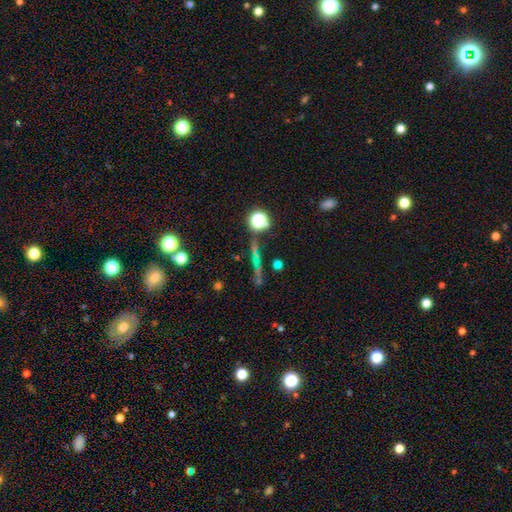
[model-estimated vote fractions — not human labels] The model was most divided on "smooth or featured": star or artifact: 39%, smooth: 33%, featured or disk: 28%.